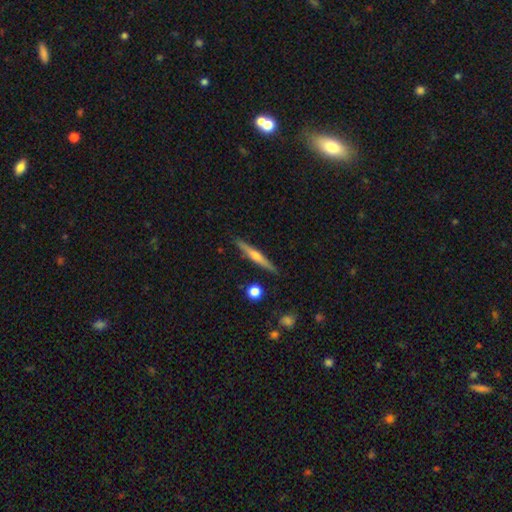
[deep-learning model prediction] Smooth or featured: featured or disk — 58% (smooth — 36%)
Edge-on disk: yes — 97% (no — 3%)
Edge-on bulge: rounded — 76% (none — 18%)
Merging: none — 88% (minor disturbance — 9%)